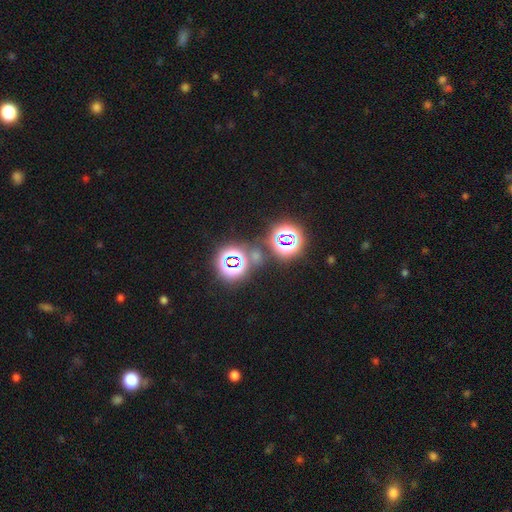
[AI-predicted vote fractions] Smooth or featured: star or artifact — 74% (smooth — 18%)